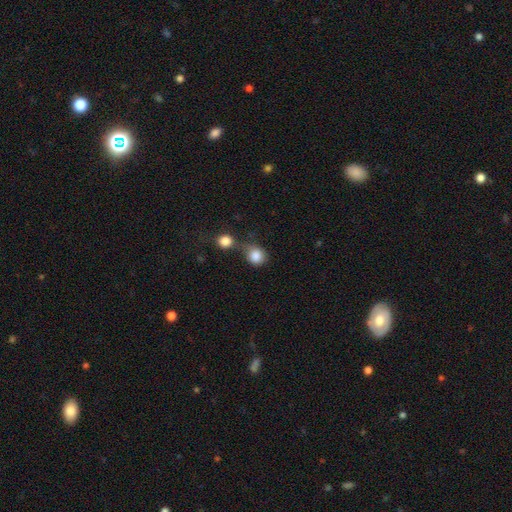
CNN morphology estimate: This is clearly a smooth galaxy (85%). How rounded: likely round (77%). Merging: marginally none (40%).